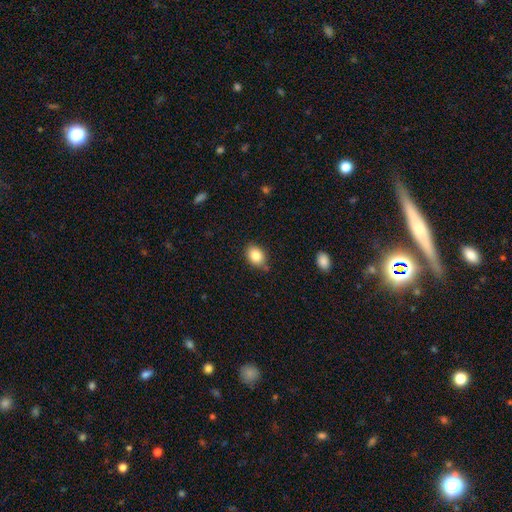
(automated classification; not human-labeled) The model was most divided on "how rounded": in between: 60%, round: 39%, cigar-shaped: 1%. More confident: smooth or featured — smooth (84%); merging — none (79%).